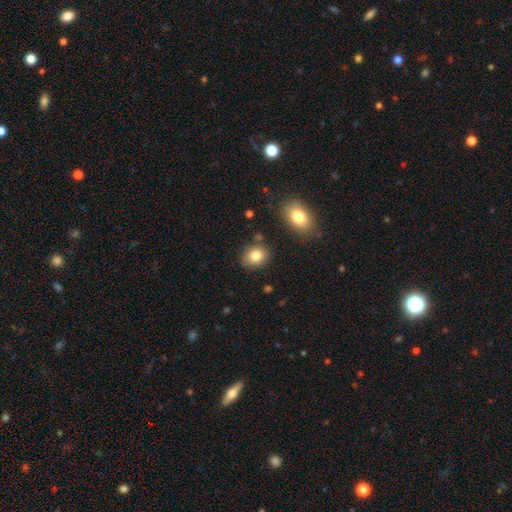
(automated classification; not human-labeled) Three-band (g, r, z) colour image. It shows a smooth galaxy with no disk features (84%) that is round (55%). Merging: none (76%).